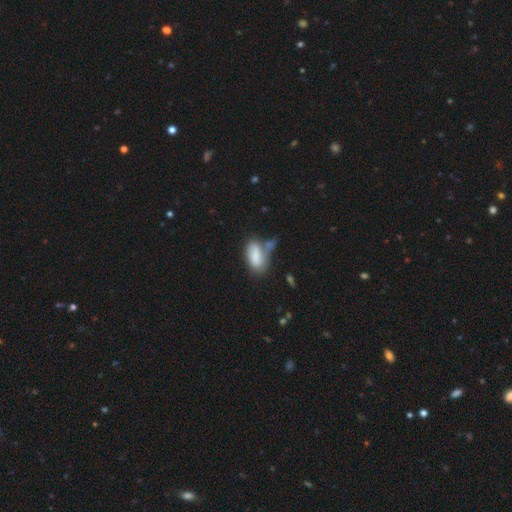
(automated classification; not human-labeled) A smooth galaxy with no disk features (77%) that is in between round and cigar-shaped (90%).

Vote fractions:
- Smooth or featured? smooth: 77% / featured or disk: 15% / star or artifact: 8%
- How rounded? in between: 90% / cigar-shaped: 7% / round: 4%
- Merging? none: 33% / merger: 27% / minor disturbance: 23% / major disturbance: 16%